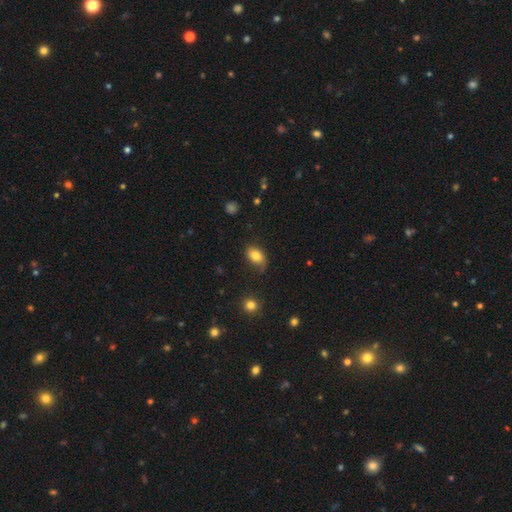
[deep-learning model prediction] Smooth or featured? Predicted: smooth (p=0.80). How rounded? Predicted: in between (p=0.83). Merging? Predicted: none (p=0.64).